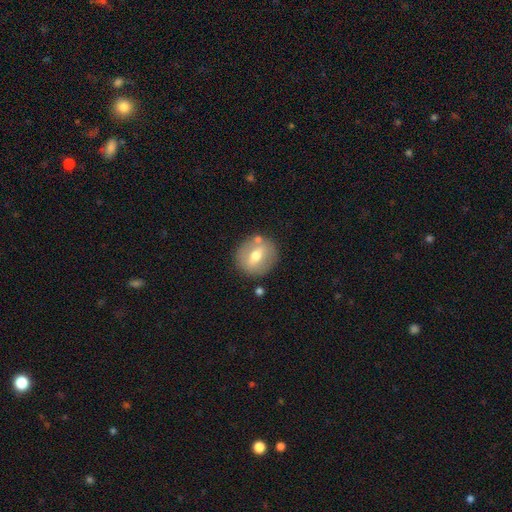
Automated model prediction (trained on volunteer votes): smooth_or_featured: smooth (p=0.53) [alt: featured or disk p=0.40]
how_rounded: round (p=0.82) [alt: in between p=0.17]
merging: none (p=0.80) [alt: minor disturbance p=0.10]